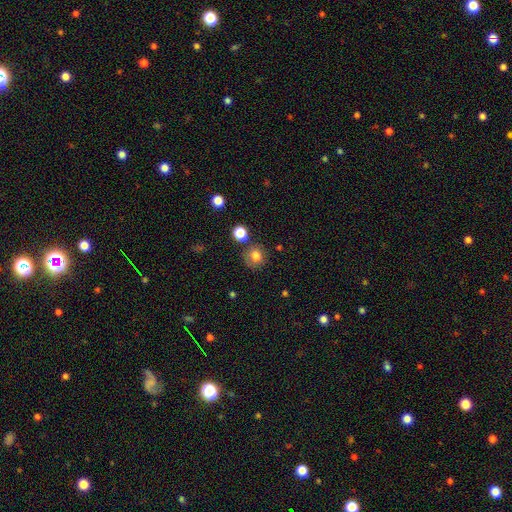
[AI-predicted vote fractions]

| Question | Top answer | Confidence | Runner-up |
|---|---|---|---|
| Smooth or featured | smooth | 79% | star or artifact (12%) |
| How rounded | round | 84% | in between (15%) |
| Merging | none | 73% | minor disturbance (15%) |